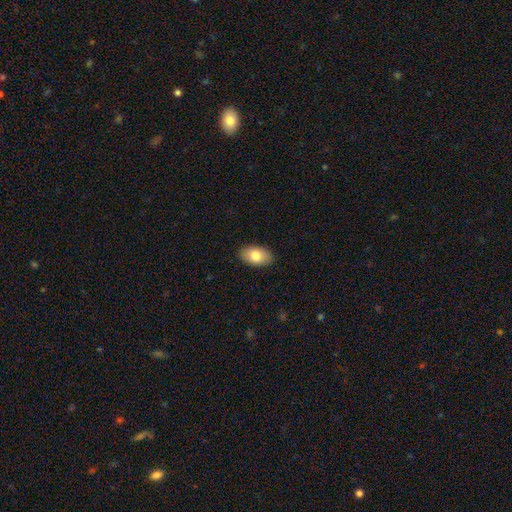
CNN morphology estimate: smooth-or-featured: smooth: 82% | featured or disk: 12% | star or artifact: 6%
  how-rounded: in between: 94% | round: 5% | cigar-shaped: 1%
  merging: none: 89% | minor disturbance: 8% | major disturbance: 2% | merger: 1%